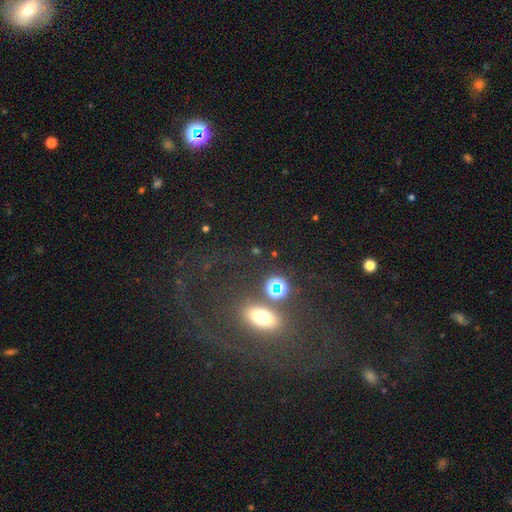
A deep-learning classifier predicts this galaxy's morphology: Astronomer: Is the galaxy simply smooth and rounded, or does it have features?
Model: smooth — 42% (runner-up: featured or disk, 36%).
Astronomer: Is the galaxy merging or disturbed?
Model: none — 56%.